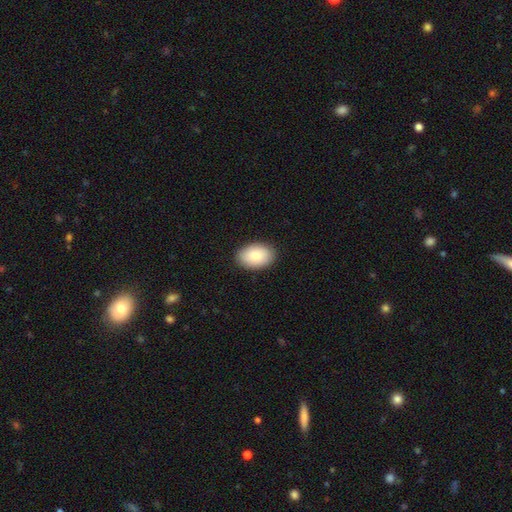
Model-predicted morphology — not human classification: smooth-or-featured: smooth: 83% | featured or disk: 10% | star or artifact: 6%
  how-rounded: in between: 85% | round: 14% | cigar-shaped: 1%
  merging: none: 89% | minor disturbance: 8% | major disturbance: 2% | merger: 1%